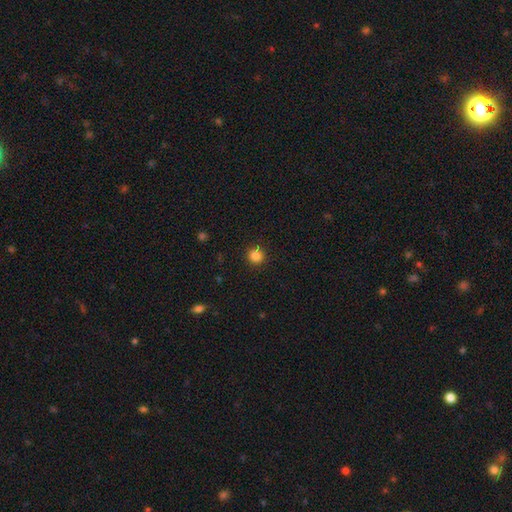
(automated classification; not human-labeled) Smooth or featured? Predicted: smooth (p=0.84). How rounded? Predicted: round (p=0.94). Merging? Predicted: none (p=0.88).